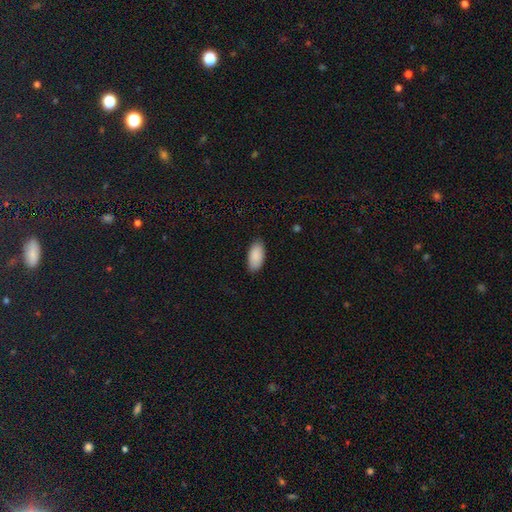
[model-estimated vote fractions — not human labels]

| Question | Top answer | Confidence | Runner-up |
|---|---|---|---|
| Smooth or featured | smooth | 89% | star or artifact (6%) |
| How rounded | in between | 95% | cigar-shaped (4%) |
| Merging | none | 86% | minor disturbance (11%) |